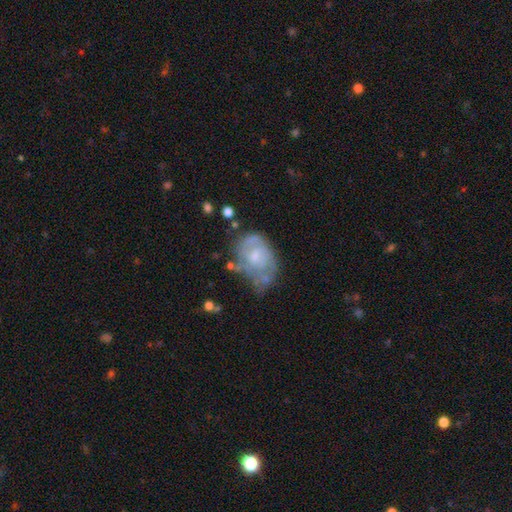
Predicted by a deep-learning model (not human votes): Overall: featured or disk (61%; smooth 31%). Edge-on disk: no (97%). Bar: no (63%; weak 32%). Spiral arms: yes (63%; no 37%). Bulge size: small (44%; moderate 40%). Merging: none (35%; minor disturbance 31%).